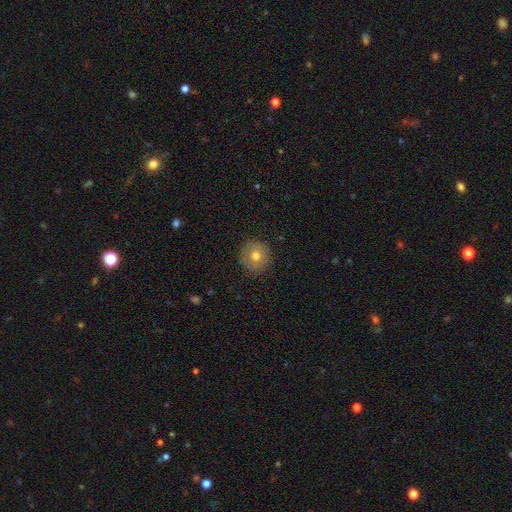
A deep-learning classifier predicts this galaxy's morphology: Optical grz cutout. It shows a smooth galaxy with no disk features (72%) that is round (94%). Merging: none (88%).